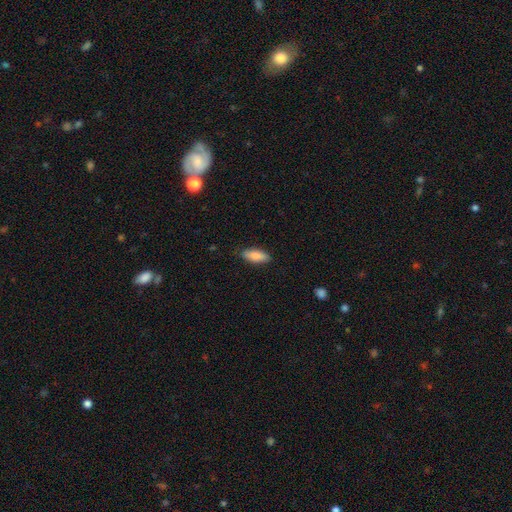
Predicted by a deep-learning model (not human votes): Smooth or featured?
  - smooth: 85% *
  - featured or disk: 10%
  - star or artifact: 6%
How rounded?
  - in between: 72% *
  - cigar-shaped: 26%
  - round: 2%
Merging?
  - none: 86% *
  - minor disturbance: 11%
  - major disturbance: 2%
  - merger: 1%